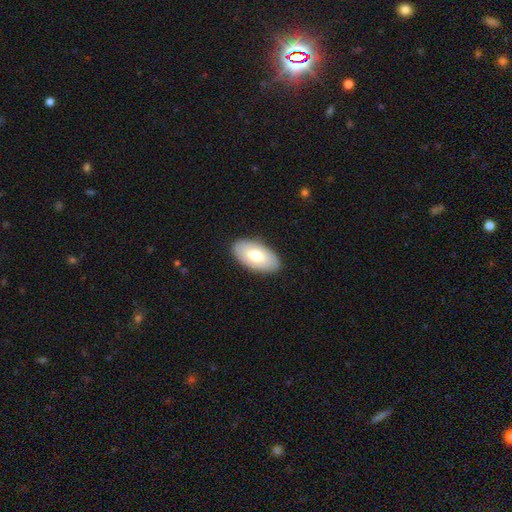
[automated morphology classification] smooth_or_featured: smooth (p=0.66) [alt: featured or disk p=0.29]
how_rounded: in between (p=0.94) [alt: cigar-shaped p=0.03]
merging: none (p=0.87) [alt: minor disturbance p=0.09]